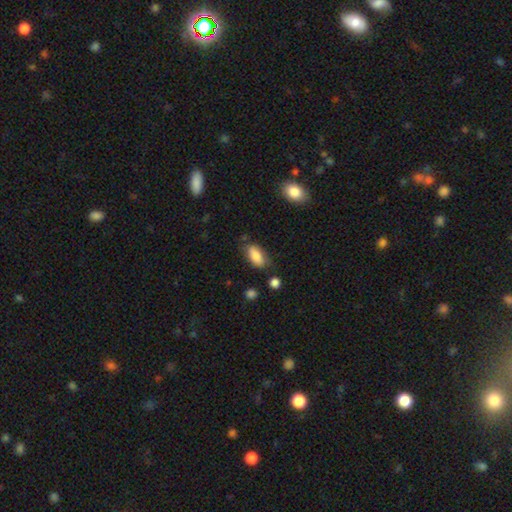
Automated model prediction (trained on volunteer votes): This appears to be a smooth galaxy with no disk features (84%) that is in between round and cigar-shaped (87%). Merging: none (72%).